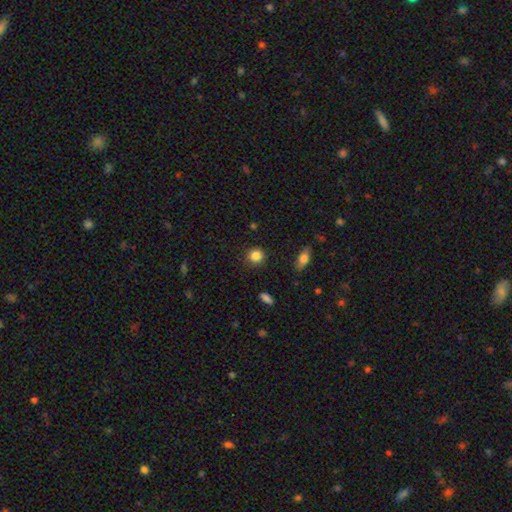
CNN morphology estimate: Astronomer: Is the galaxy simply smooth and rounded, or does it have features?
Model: smooth — 86%.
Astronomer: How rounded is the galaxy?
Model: round — 89%.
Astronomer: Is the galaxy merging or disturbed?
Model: none — 87%.